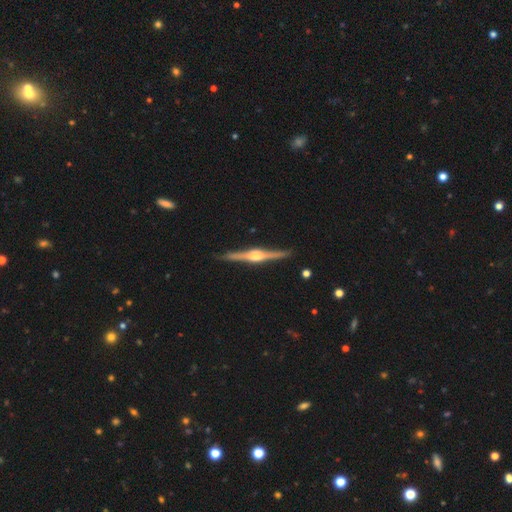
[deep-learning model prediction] smooth-or-featured: featured or disk: 87% | smooth: 9% | star or artifact: 5%
  disk-edge-on: yes: 99% | no: 1%
    edge-on-bulge: rounded: 89% | boxy: 9% | none: 2%
  merging: none: 90% | minor disturbance: 7% | major disturbance: 1% | merger: 1%